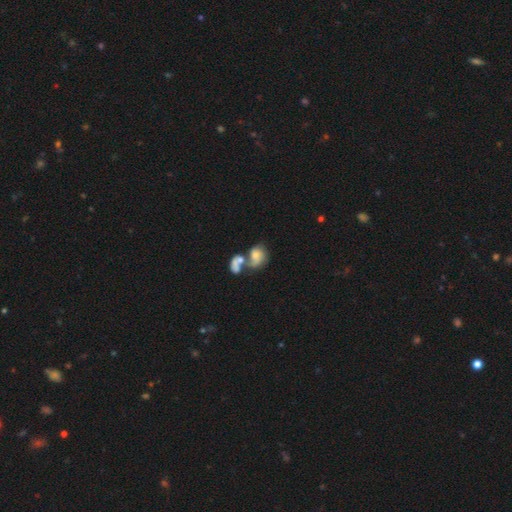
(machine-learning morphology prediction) smooth 52%, featured or disk 37%, star or artifact 11%. Down the decision tree: how rounded — in between (57%); merging — merger (62%).